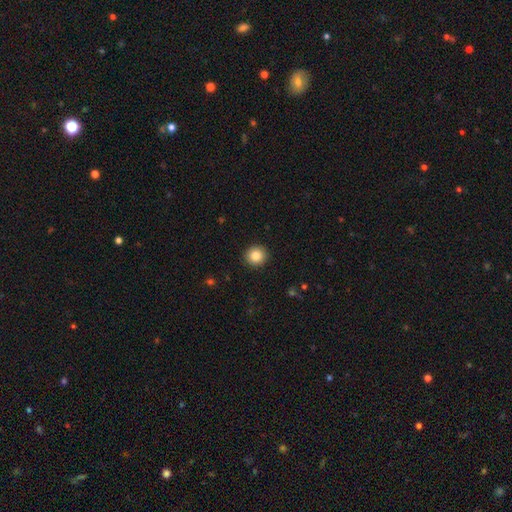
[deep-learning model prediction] Smooth or featured? Predicted: smooth (p=0.85). How rounded? Predicted: round (p=0.94). Merging? Predicted: none (p=0.92).